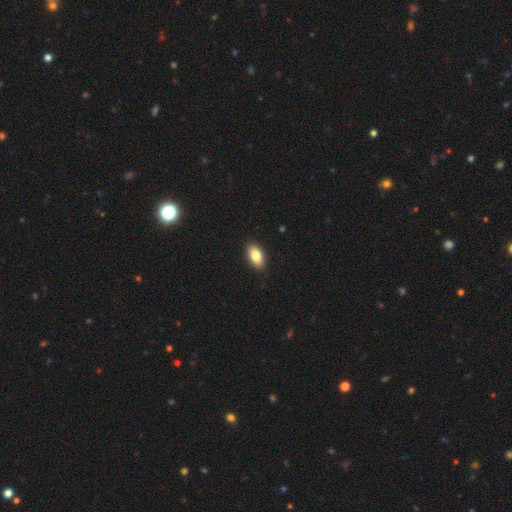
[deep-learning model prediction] Morphology: type=smooth (84%); roundness=in between (92%); merging=none (90%).